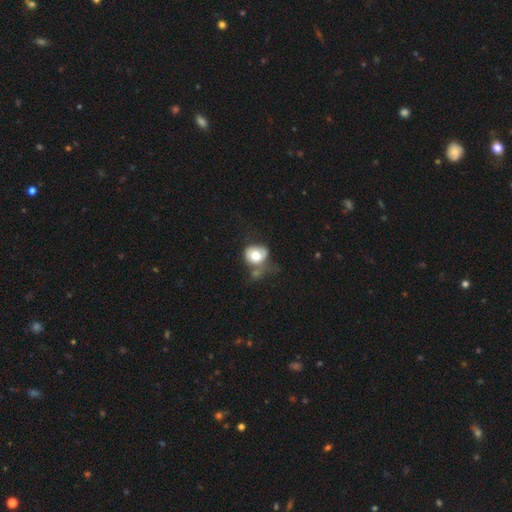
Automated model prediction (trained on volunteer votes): Q: Smooth or featured?
A: smooth (66%); runner-up: featured or disk (25%)
Q: How rounded?
A: round (63%); runner-up: in between (36%)
Q: Merging?
A: none (33%); runner-up: minor disturbance (26%)